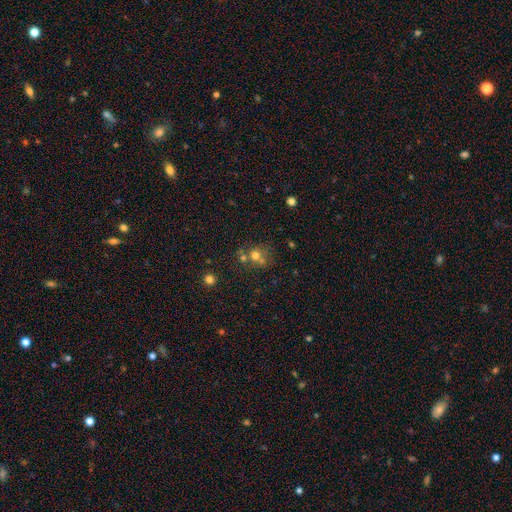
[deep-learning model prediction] A smooth galaxy with no disk features (64%) that is round (79%).

Vote fractions:
- Smooth or featured? smooth: 64% / star or artifact: 19% / featured or disk: 17%
- How rounded? round: 79% / in between: 20% / cigar-shaped: 1%
- Merging? none: 46% / merger: 39% / minor disturbance: 10% / major disturbance: 5%